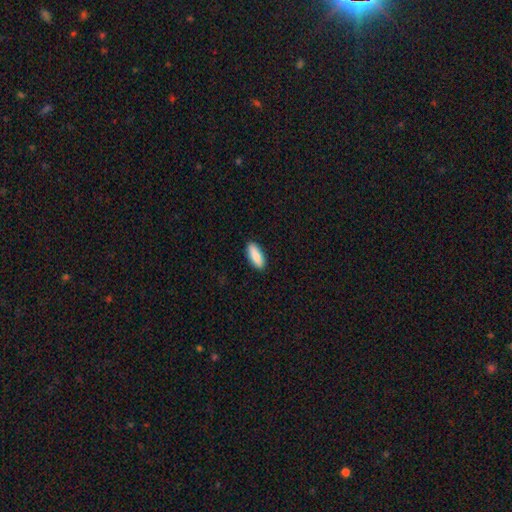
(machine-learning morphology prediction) A smooth galaxy with no disk features (89%) that is in between round and cigar-shaped (72%).

Vote fractions:
- Smooth or featured? smooth: 89% / featured or disk: 6% / star or artifact: 5%
- How rounded? in between: 72% / cigar-shaped: 27% / round: 2%
- Merging? none: 91% / minor disturbance: 7% / major disturbance: 2% / merger: 1%